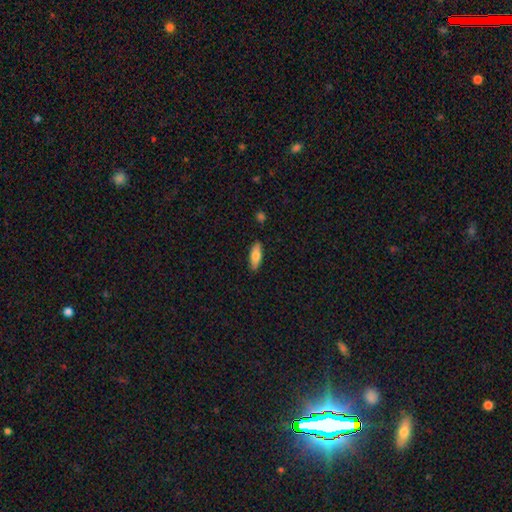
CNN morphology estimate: Smooth or featured? Predicted: smooth (p=0.75). How rounded? Predicted: in between (p=0.63). Merging? Predicted: none (p=0.87).